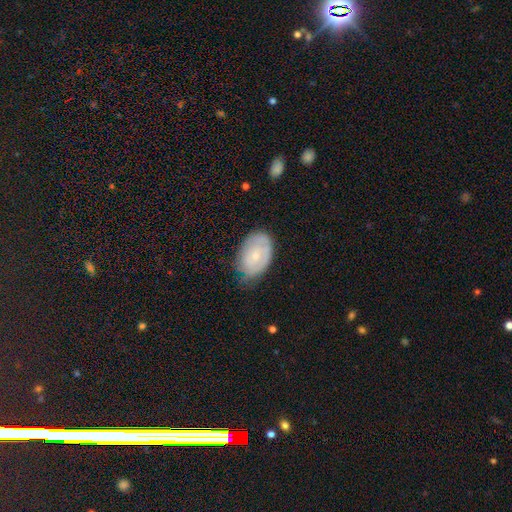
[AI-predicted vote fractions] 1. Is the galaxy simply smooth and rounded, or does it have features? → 48% featured or disk, 46% smooth, 7% star or artifact.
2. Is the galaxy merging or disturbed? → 59% none, 32% minor disturbance, 8% major disturbance, 1% merger.